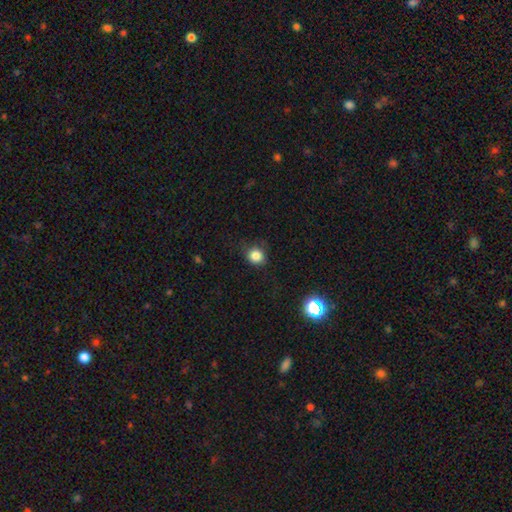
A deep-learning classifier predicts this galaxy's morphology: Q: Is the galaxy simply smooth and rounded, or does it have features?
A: smooth — 83%.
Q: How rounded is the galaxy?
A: round — 83%.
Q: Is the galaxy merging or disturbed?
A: none — 76%.